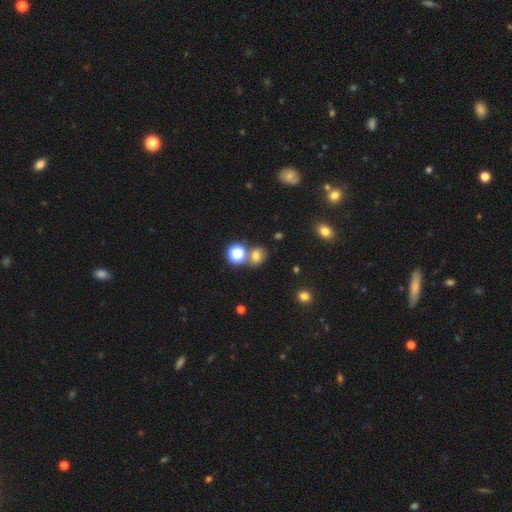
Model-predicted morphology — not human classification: smooth 66%, star or artifact 24%, featured or disk 10%. Down the decision tree: how rounded — round (60%); merging — none (64%).